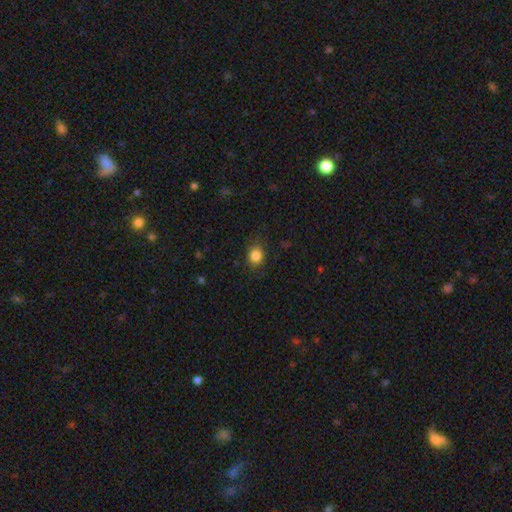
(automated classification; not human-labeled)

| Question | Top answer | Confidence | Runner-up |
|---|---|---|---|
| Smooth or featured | smooth | 85% | star or artifact (11%) |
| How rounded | round | 65% | in between (34%) |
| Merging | none | 84% | minor disturbance (12%) |